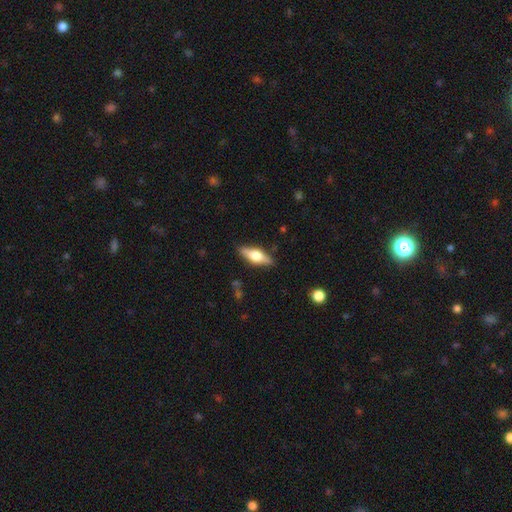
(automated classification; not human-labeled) Smooth or featured?
  - featured or disk: 52% *
  - smooth: 42%
  - star or artifact: 6%
Edge-on disk?
  - yes: 92% *
  - no: 8%
Merging?
  - none: 87% *
  - minor disturbance: 10%
  - major disturbance: 2%
  - merger: 1%